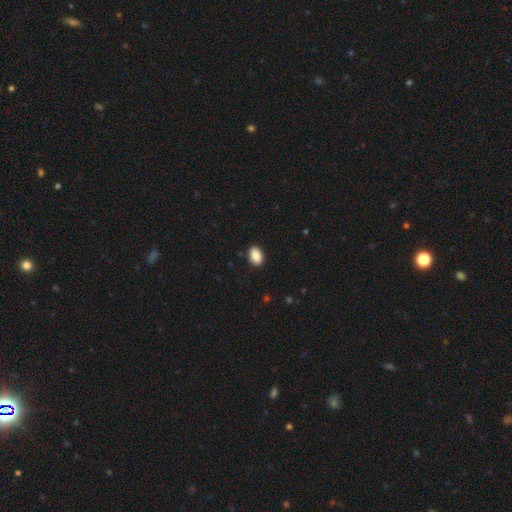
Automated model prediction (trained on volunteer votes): This is clearly a smooth galaxy (89%). How rounded: clearly in between (90%). Merging: clearly none (89%).